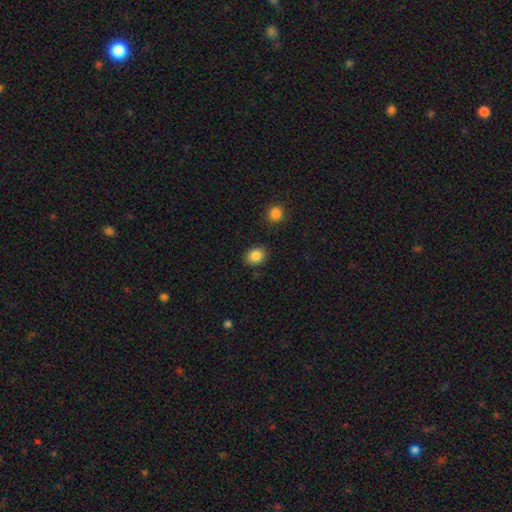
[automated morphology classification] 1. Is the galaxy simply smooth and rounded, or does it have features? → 86% smooth, 9% star or artifact, 5% featured or disk.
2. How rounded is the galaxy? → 52% in between, 47% round, 1% cigar-shaped.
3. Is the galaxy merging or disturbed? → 87% none, 8% minor disturbance, 2% major disturbance, 2% merger.